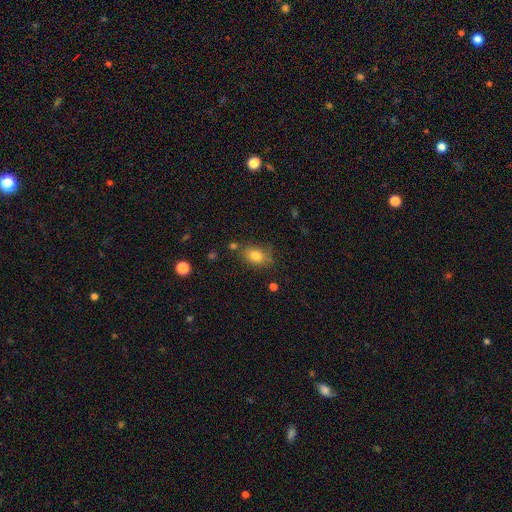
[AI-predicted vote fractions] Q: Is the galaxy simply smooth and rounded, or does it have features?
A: smooth — 80%.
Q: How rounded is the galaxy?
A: in between — 79%.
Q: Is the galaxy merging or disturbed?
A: none — 69%.